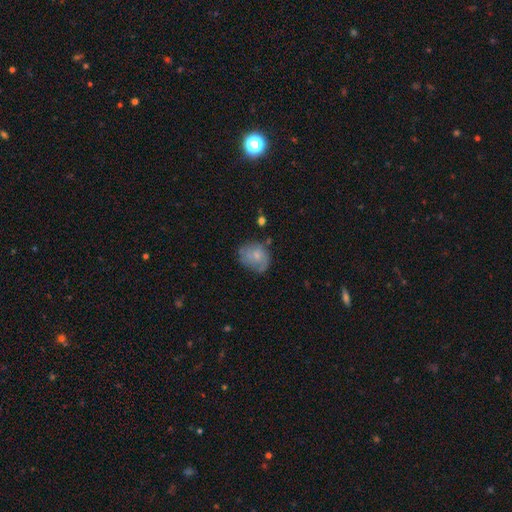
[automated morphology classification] This is possibly a smooth galaxy (54%). How rounded: possibly round (59%). Merging: possibly none (56%).